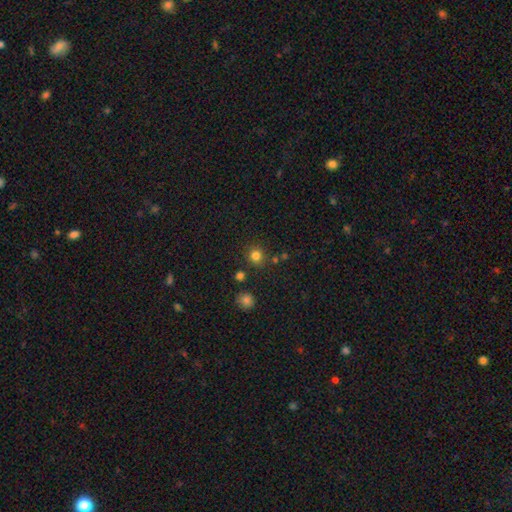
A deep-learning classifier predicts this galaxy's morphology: Smooth or featured: smooth — 80% (star or artifact — 15%)
How rounded: round — 90% (in between — 9%)
Merging: none — 84% (minor disturbance — 8%)